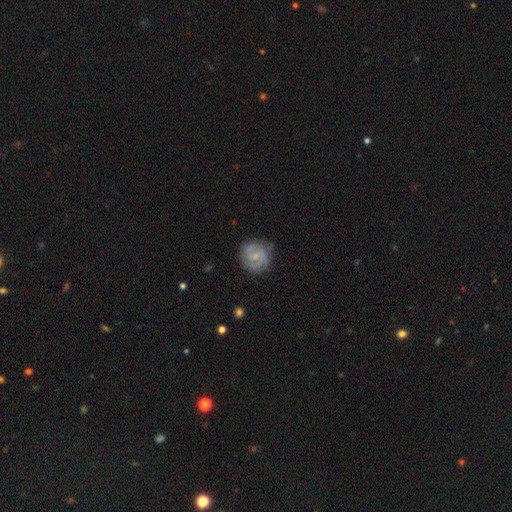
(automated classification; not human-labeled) Smooth or featured: featured or disk — 63% (smooth — 30%)
Edge-on disk: no — 98% (yes — 2%)
Bar: weak — 49% (no — 43%)
Spiral arms: yes — 90% (no — 10%)
Spiral winding: medium — 46% (tight — 38%)
Spiral arm count: 2 — 66% (can't tell — 17%)
Bulge size: small — 64% (moderate — 19%)
Merging: none — 76% (minor disturbance — 17%)